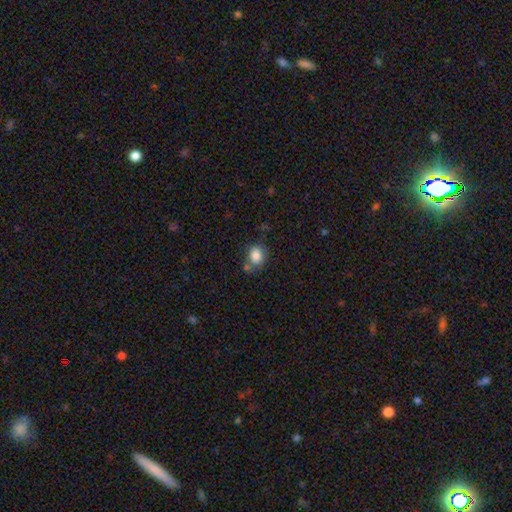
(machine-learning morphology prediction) This appears to be a smooth galaxy with no disk features (83%) that is round (55%). Merging: none (56%).